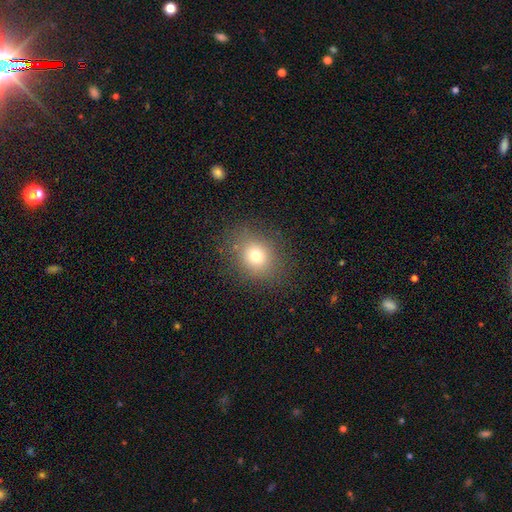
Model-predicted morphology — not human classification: A smooth galaxy with no disk features (74%) that is round (66%).

Vote fractions:
- Smooth or featured? smooth: 74% / star or artifact: 15% / featured or disk: 11%
- How rounded? round: 66% / in between: 33% / cigar-shaped: 1%
- Merging? none: 84% / minor disturbance: 10% / major disturbance: 5% / merger: 1%